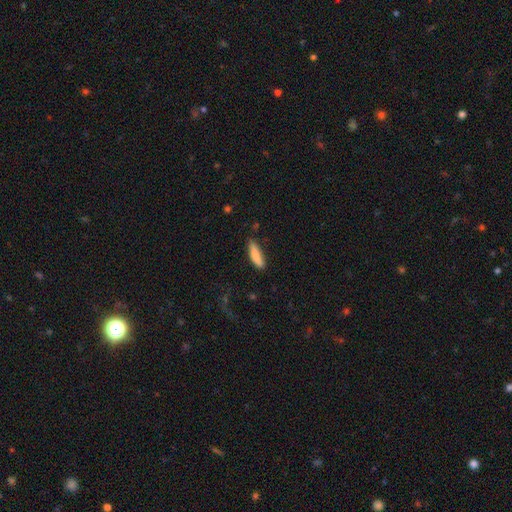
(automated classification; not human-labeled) Morphology: type=smooth (80%); roundness=cigar-shaped (64%); merging=none (78%).